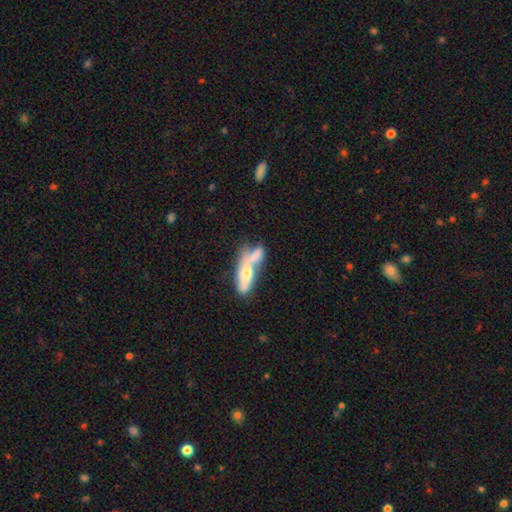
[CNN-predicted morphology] The model was most divided on "how rounded": in between: 54%, cigar-shaped: 41%, round: 4%. More confident: merging — merger (61%); smooth or featured — smooth (59%).